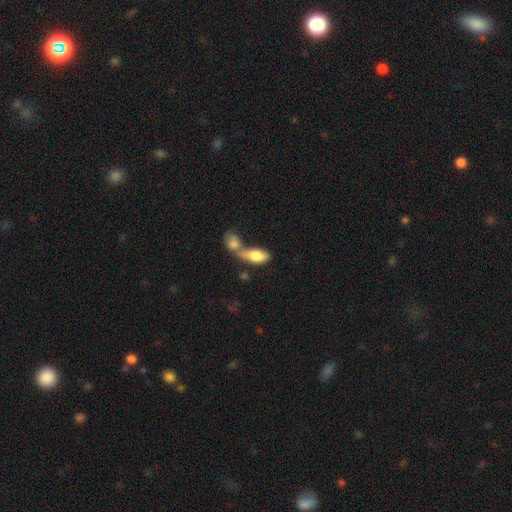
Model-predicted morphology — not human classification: A smooth galaxy with no disk features (78%) that is in between round and cigar-shaped (85%). Merging: merger (67%).